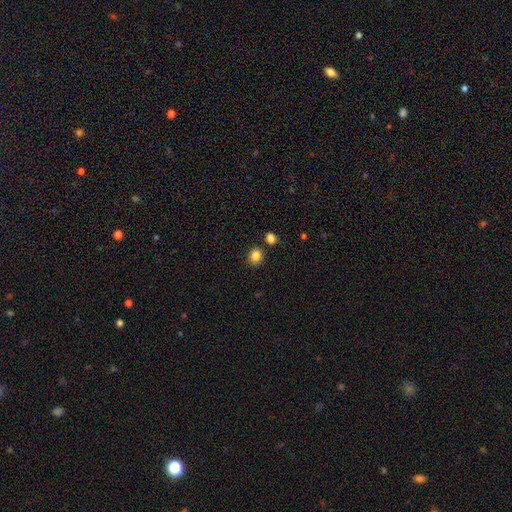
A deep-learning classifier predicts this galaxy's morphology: A smooth galaxy with no disk features (85%) that is round (80%). Merging: none (82%).